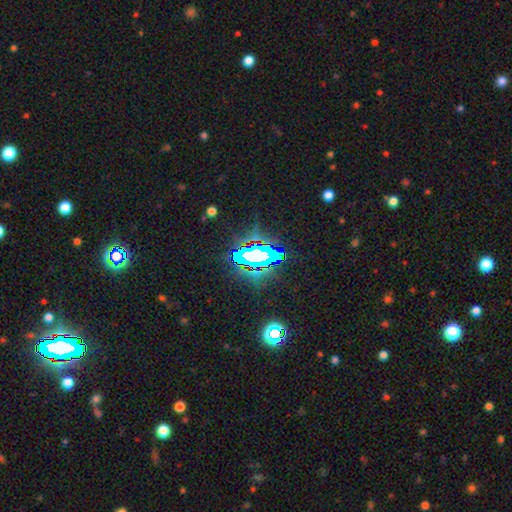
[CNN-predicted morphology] This appears to be a star or artifact, not a galaxy (68%).